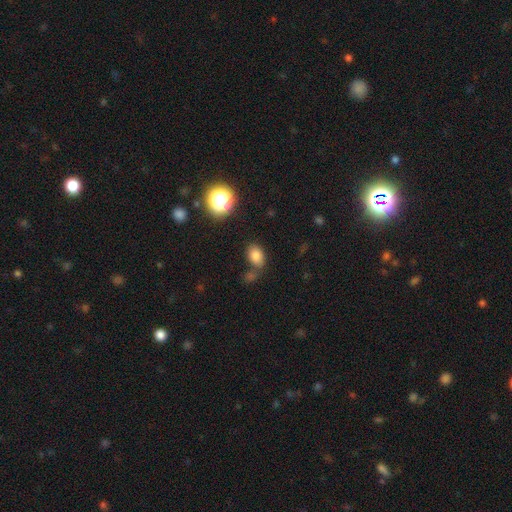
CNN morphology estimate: smooth_or_featured: smooth (p=0.80) [alt: star or artifact p=0.14]
how_rounded: in between (p=0.80) [alt: round p=0.19]
merging: none (p=0.66) [alt: merger p=0.15]